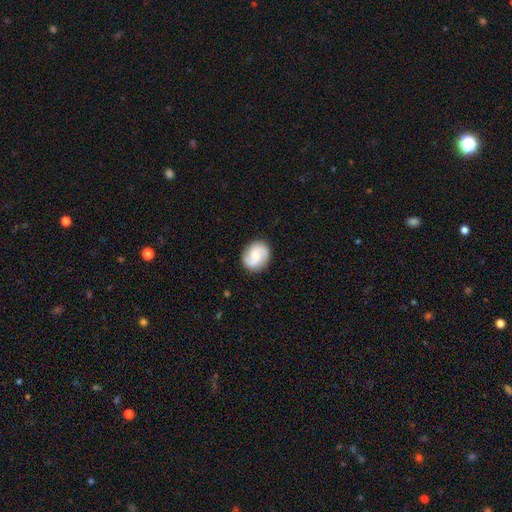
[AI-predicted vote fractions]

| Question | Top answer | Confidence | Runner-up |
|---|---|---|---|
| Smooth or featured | featured or disk | 61% | smooth (33%) |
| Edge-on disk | no | 98% | yes (2%) |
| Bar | no | 52% | weak (41%) |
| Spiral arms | yes | 94% | no (6%) |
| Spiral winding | medium | 44% | loose (32%) |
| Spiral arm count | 2 | 88% | can't tell (5%) |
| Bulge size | small | 41% | tied: moderate (41%) |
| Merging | none | 86% | minor disturbance (10%) |